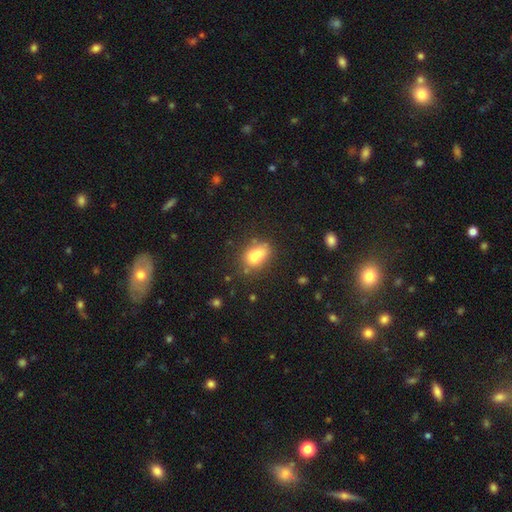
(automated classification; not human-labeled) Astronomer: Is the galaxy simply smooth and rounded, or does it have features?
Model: smooth — 66%.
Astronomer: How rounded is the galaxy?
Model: in between — 63%.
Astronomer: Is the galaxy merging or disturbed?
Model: merger — 45% (runner-up: none, 35%).